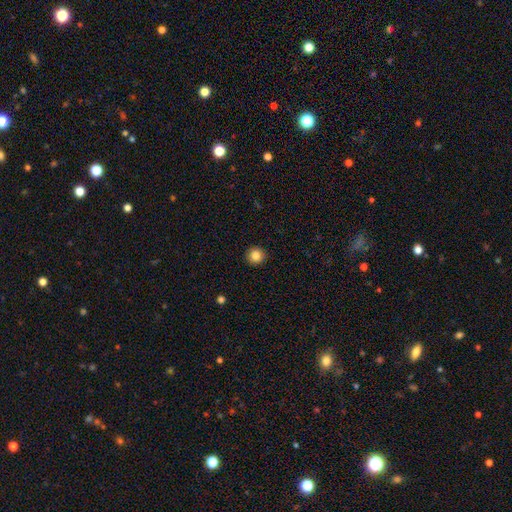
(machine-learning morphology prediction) Overall: smooth (84%). How rounded: round (93%). Merging: none (93%).